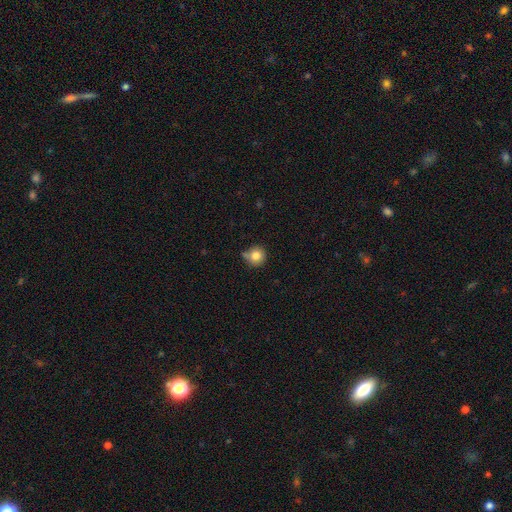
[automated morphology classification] Overall: smooth (81%). How rounded: round (92%). Merging: none (65%).